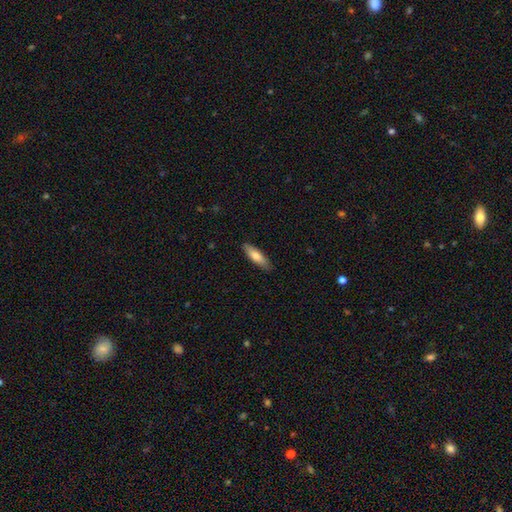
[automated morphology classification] A smooth galaxy with no disk features (74%) that is cigar-shaped (53%).

Vote fractions:
- Smooth or featured? smooth: 74% / featured or disk: 20% / star or artifact: 6%
- How rounded? cigar-shaped: 53% / in between: 45% / round: 2%
- Merging? none: 87% / minor disturbance: 10% / major disturbance: 2% / merger: 1%